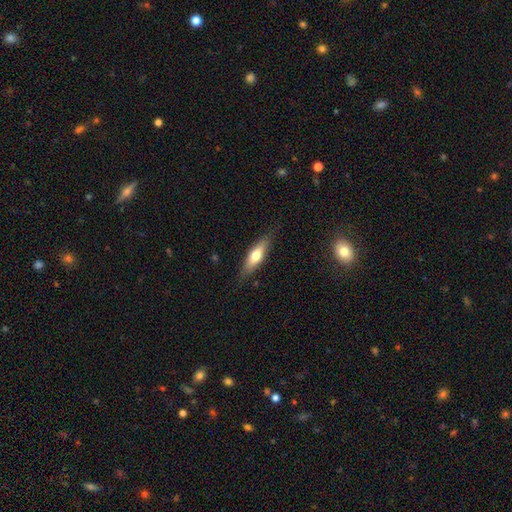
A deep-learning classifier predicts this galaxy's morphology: Smooth or featured?
  - smooth: 57% *
  - featured or disk: 37%
  - star or artifact: 6%
How rounded?
  - cigar-shaped: 57% *
  - in between: 41%
  - round: 3%
Merging?
  - none: 82% *
  - minor disturbance: 14%
  - major disturbance: 3%
  - merger: 1%